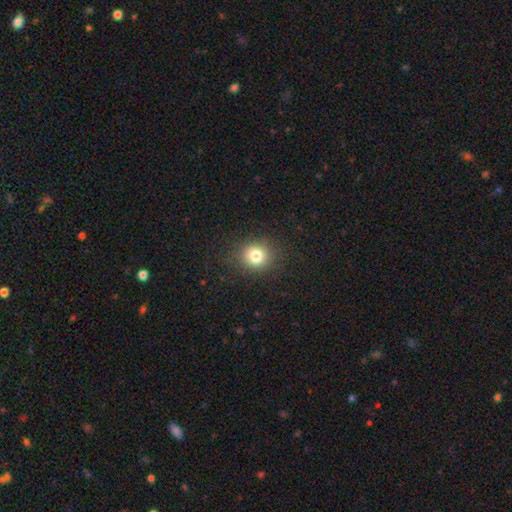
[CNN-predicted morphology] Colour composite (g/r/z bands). It shows a smooth galaxy with no disk features (80%) that is round (84%). Merging: none (88%).